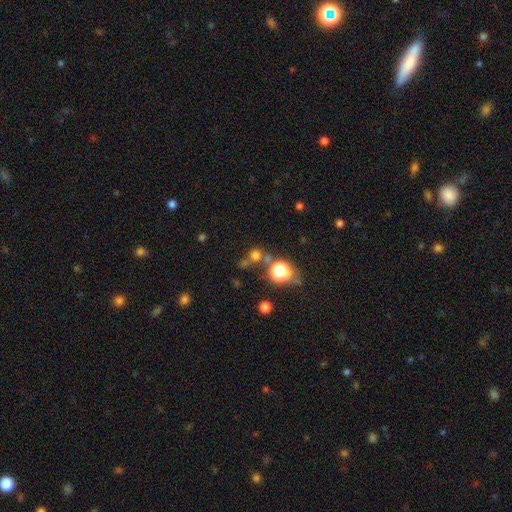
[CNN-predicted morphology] smooth 63%, star or artifact 28%, featured or disk 8%. Down the decision tree: how rounded — round (88%); merging — none (62%).